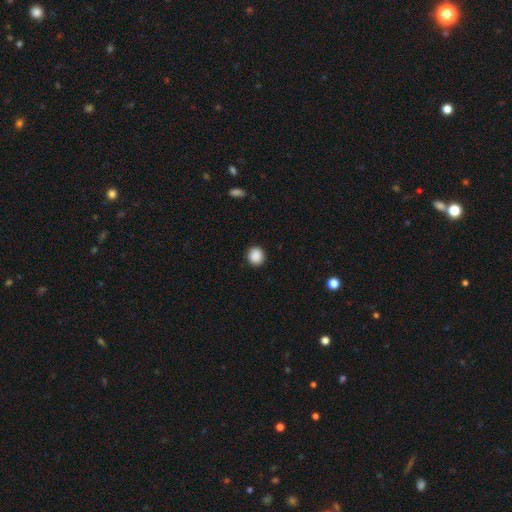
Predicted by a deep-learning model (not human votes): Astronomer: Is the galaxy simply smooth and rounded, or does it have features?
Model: smooth — 89%.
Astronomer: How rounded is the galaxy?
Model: round — 88%.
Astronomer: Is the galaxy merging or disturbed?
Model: none — 91%.